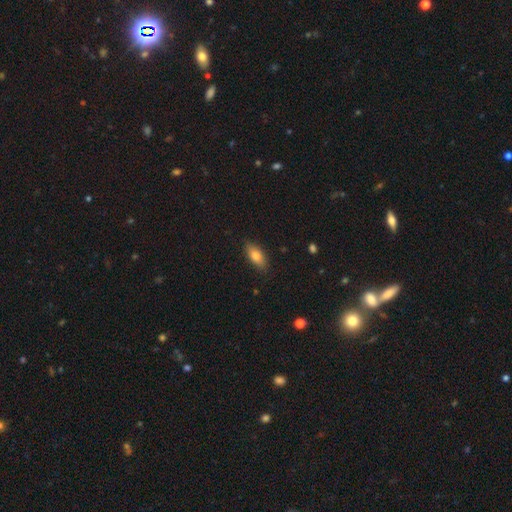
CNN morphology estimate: This is likely a smooth galaxy (79%). How rounded: clearly in between (84%). Merging: clearly none (85%).